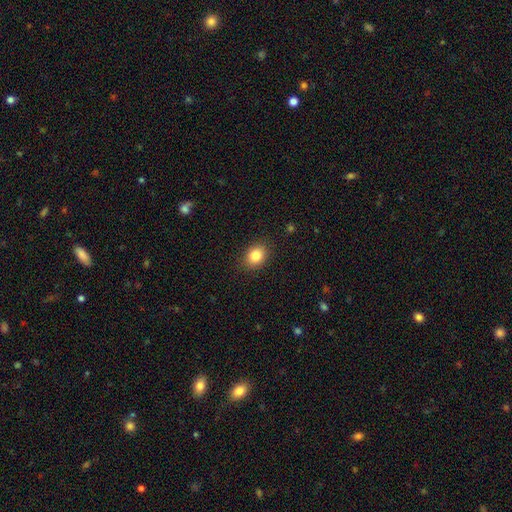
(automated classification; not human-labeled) Overall: smooth (84%). How rounded: in between (54%; round 45%). Merging: none (88%).